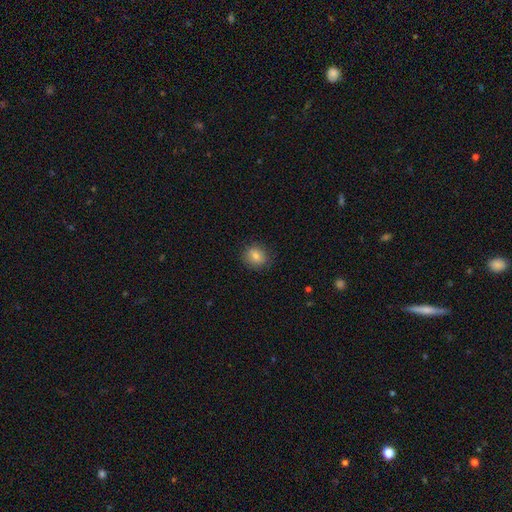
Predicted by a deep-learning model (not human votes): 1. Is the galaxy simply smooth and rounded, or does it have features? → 80% smooth, 10% star or artifact, 10% featured or disk.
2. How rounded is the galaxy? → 74% round, 25% in between, 1% cigar-shaped.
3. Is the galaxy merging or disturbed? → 86% none, 10% minor disturbance, 3% major disturbance, 1% merger.